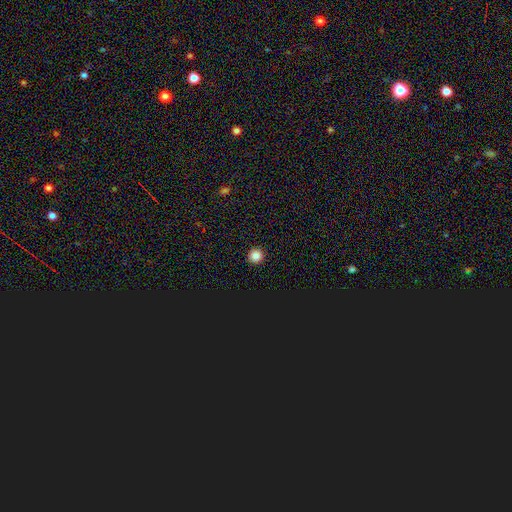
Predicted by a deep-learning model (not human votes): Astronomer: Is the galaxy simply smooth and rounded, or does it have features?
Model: smooth — 84%.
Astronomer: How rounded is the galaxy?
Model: round — 95%.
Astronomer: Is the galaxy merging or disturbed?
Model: none — 94%.